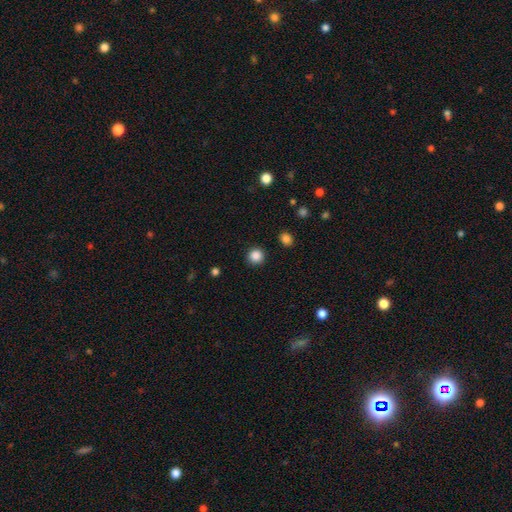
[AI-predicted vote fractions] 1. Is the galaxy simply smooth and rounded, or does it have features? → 86% smooth, 11% star or artifact, 3% featured or disk.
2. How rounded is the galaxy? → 94% round, 5% in between, 1% cigar-shaped.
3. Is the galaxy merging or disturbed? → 91% none, 5% minor disturbance, 2% major disturbance, 1% merger.